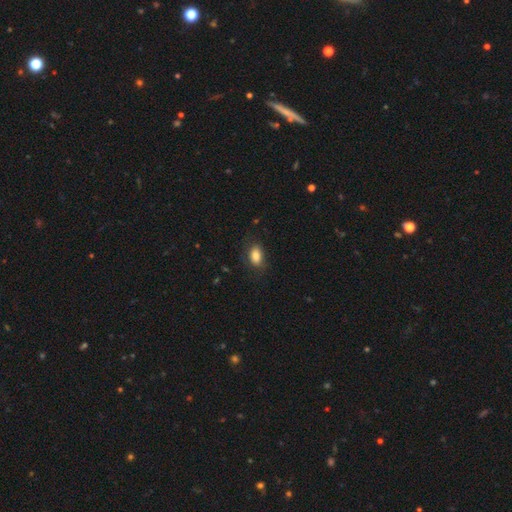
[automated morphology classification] The model was most divided on "merging": none: 77%, minor disturbance: 16%, major disturbance: 5%, merger: 1%. More confident: how rounded — in between (89%); smooth or featured — smooth (84%).